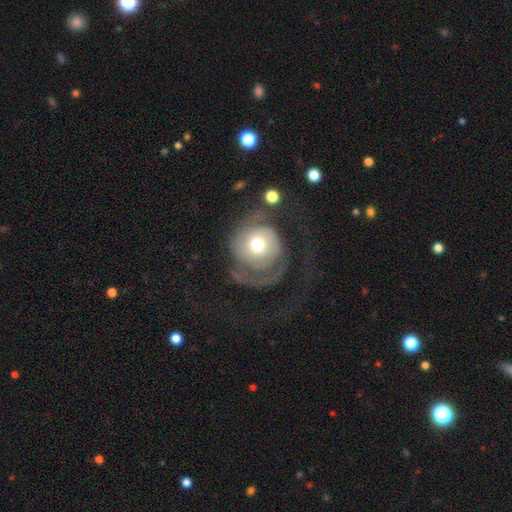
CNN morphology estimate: A featured or disk galaxy (75%) with no bar (79%), 1 (38%) tight (47%) spiral arms (84%) and a moderate central bulge (66%). Merging: none (44%).